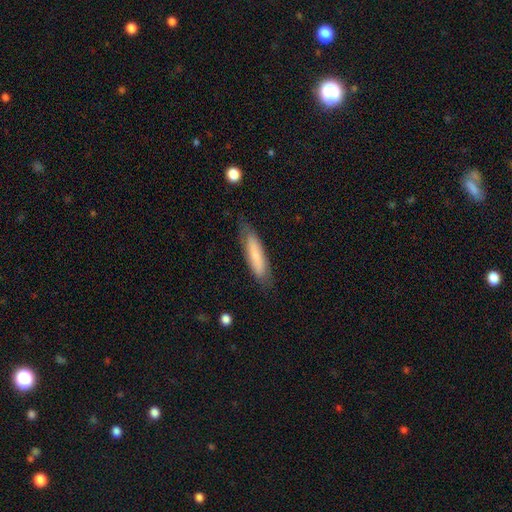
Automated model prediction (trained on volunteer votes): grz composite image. It shows a smooth galaxy with no disk features (65%) that is cigar-shaped (73%). Merging: none (76%).